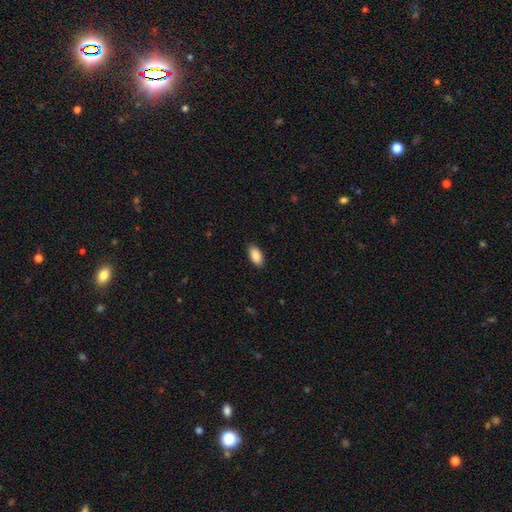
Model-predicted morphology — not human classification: smooth_or_featured: smooth (p=0.90) [alt: star or artifact p=0.06]
how_rounded: in between (p=0.93) [alt: cigar-shaped p=0.04]
merging: none (p=0.88) [alt: minor disturbance p=0.09]